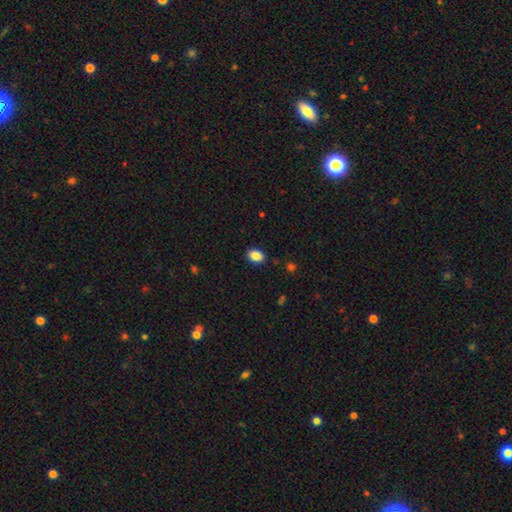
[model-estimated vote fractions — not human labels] This is clearly a smooth galaxy (87%). How rounded: clearly in between (82%). Merging: clearly none (89%).